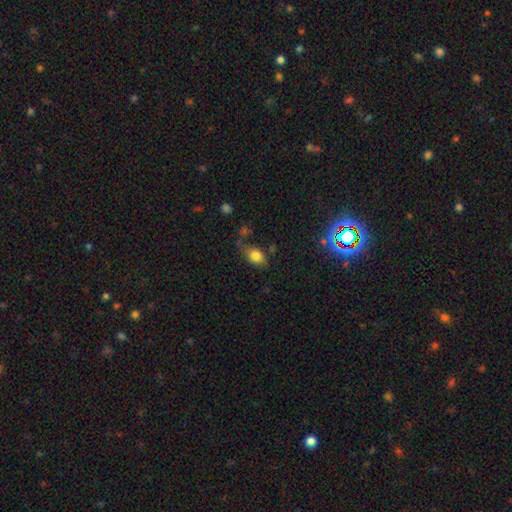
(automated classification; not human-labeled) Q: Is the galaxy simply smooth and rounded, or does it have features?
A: smooth — 81%.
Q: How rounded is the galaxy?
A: in between — 77%.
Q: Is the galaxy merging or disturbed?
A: none — 65%.